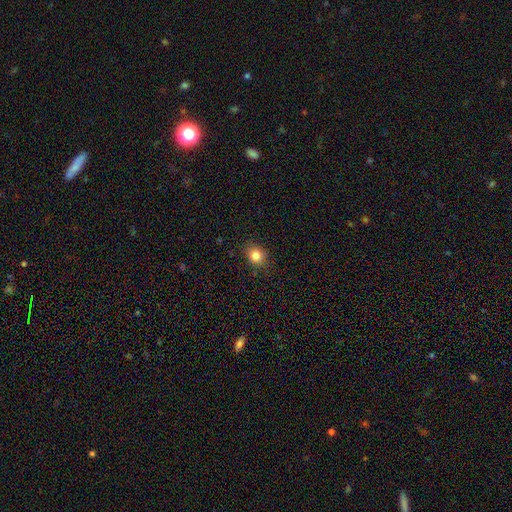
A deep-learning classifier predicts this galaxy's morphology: Overall: smooth (83%). How rounded: round (62%; in between 37%). Merging: none (86%).